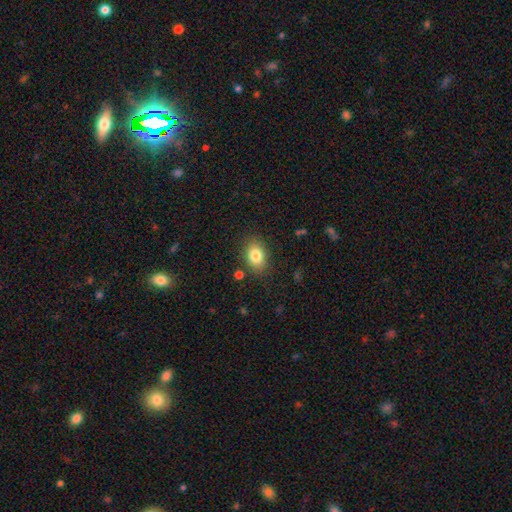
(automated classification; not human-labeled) This appears to be a smooth galaxy with no disk features (82%) that is in between round and cigar-shaped (78%). Merging: none (84%).